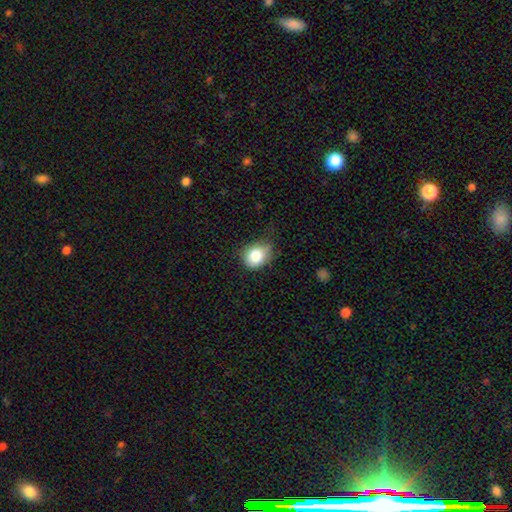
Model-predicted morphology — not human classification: smooth-or-featured: smooth: 82% | star or artifact: 10% | featured or disk: 8%
  how-rounded: round: 62% | in between: 37% | cigar-shaped: 1%
  merging: none: 54% | minor disturbance: 35% | major disturbance: 9% | merger: 2%